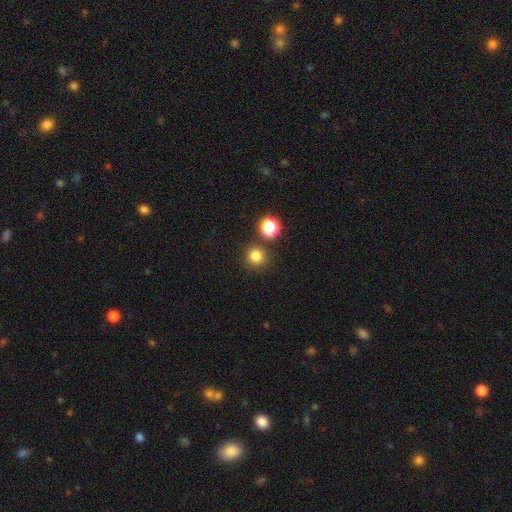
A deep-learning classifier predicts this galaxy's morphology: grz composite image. It shows a smooth galaxy with no disk features (79%) that is round (93%). Merging: none (82%).